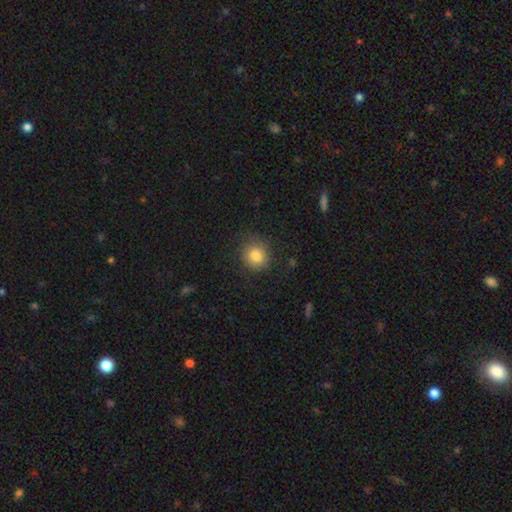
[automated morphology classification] Smooth or featured: smooth — 81% (featured or disk — 10%)
How rounded: round — 77% (in between — 22%)
Merging: none — 75% (minor disturbance — 17%)